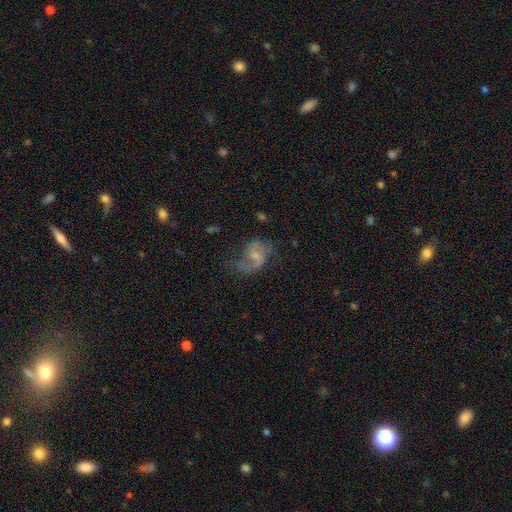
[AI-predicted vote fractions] featured or disk 75%, smooth 17%, star or artifact 8%. Down the decision tree: edge-on disk — no (97%); bar — weak (46%); spiral arms — yes (90%); spiral arm count — 2 (81%); spiral winding — loose (46%); bulge size — small (47%); merging — none (52%).